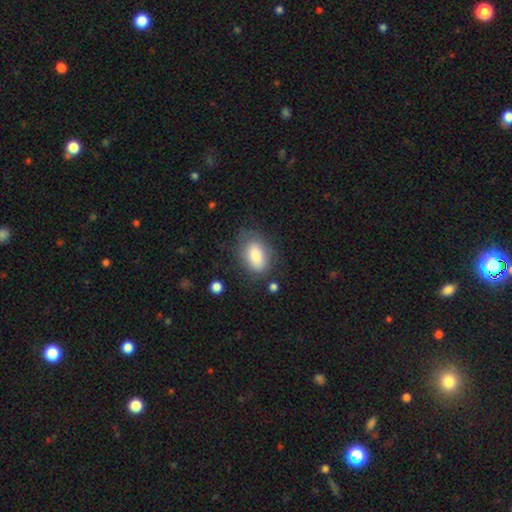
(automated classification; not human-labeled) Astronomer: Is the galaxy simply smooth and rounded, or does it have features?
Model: smooth — 84%.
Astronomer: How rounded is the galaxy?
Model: in between — 90%.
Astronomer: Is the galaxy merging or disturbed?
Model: none — 68%.